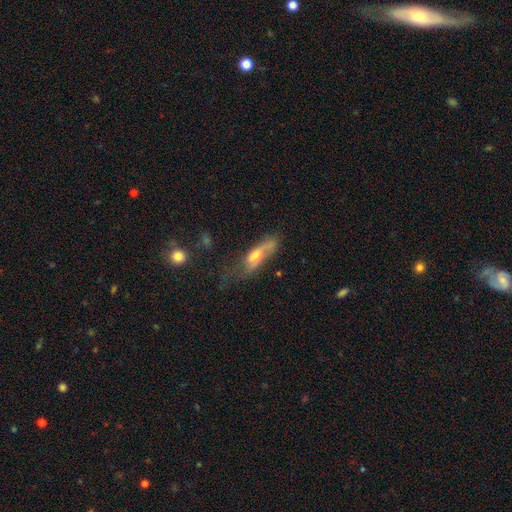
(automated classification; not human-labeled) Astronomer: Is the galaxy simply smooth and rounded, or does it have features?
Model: featured or disk — 46%, tied with smooth at 46%.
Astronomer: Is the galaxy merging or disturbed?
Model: none — 40% (runner-up: minor disturbance, 30%).